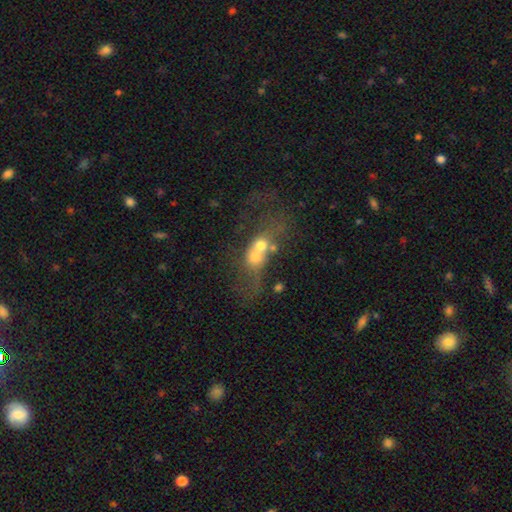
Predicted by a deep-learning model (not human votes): This is marginally a smooth galaxy (45%). Merging: likely merger (68%).